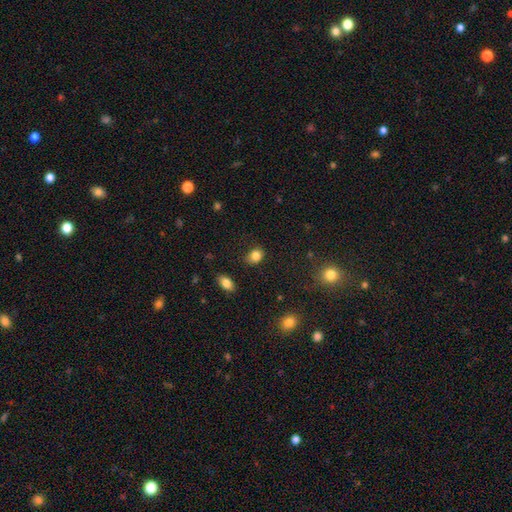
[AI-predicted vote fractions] Smooth or featured? smooth (83%)
How rounded? in between (55%)
Merging? none (73%)